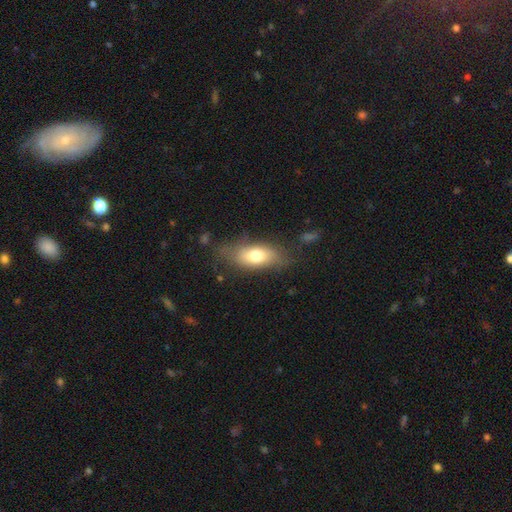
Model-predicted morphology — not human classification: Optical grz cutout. It shows a smooth galaxy with no disk features (72%) that is in between round and cigar-shaped (82%). Merging: none (69%).